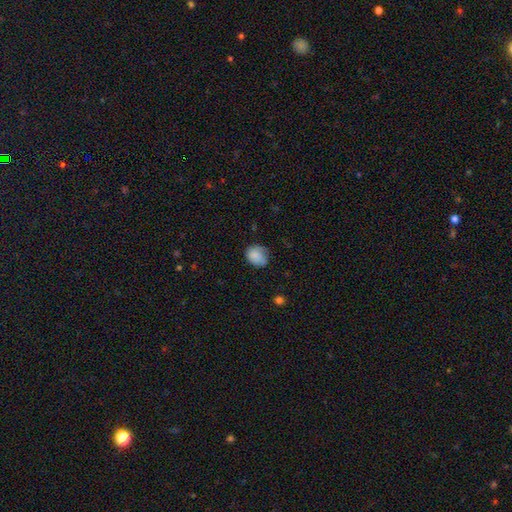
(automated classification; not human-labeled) smooth_or_featured: smooth (p=0.82) [alt: featured or disk p=0.10]
how_rounded: round (p=0.55) [alt: in between p=0.44]
merging: none (p=0.57) [alt: minor disturbance p=0.32]